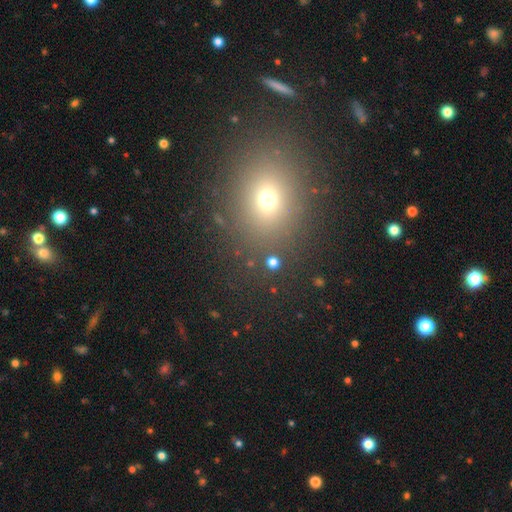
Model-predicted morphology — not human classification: smooth-or-featured: smooth: 59% | star or artifact: 32% | featured or disk: 9%
  how-rounded: round: 50% | in between: 48% | cigar-shaped: 2%
  merging: none: 87% | minor disturbance: 7% | major disturbance: 3% | merger: 2%